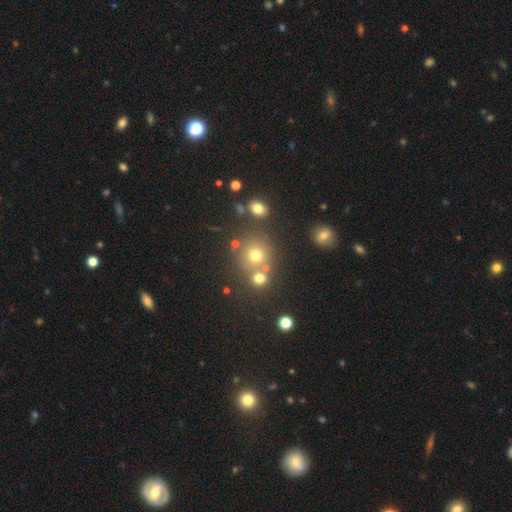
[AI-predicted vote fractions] Morphology: type=smooth (69%); roundness=round (87%); merging=none (67%).